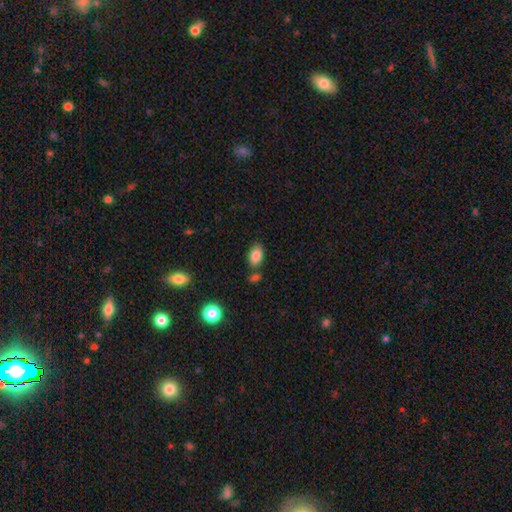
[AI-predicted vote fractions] This is clearly a smooth galaxy (86%). How rounded: clearly in between (90%). Merging: likely none (73%).